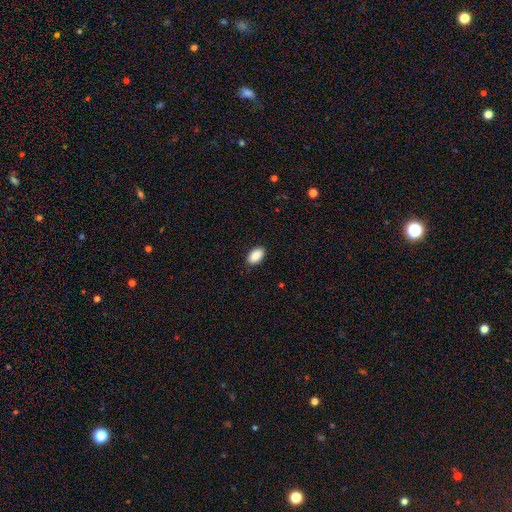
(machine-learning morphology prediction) This appears to be a smooth galaxy with no disk features (90%) that is in between round and cigar-shaped (93%). Merging: none (88%).